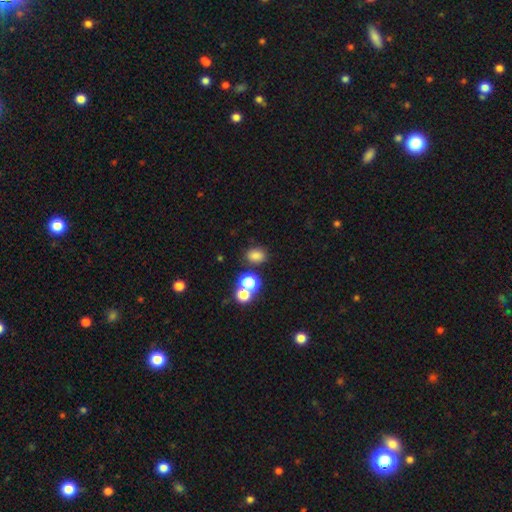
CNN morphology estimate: smooth_or_featured: smooth (p=0.77) [alt: star or artifact p=0.16]
how_rounded: in between (p=0.59) [alt: round p=0.39]
merging: none (p=0.71) [alt: merger p=0.15]